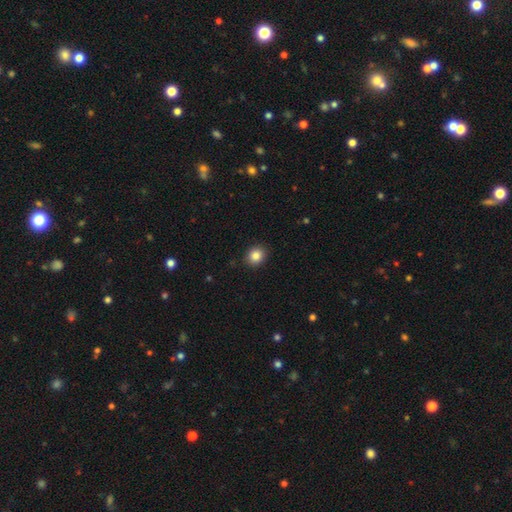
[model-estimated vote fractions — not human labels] A smooth galaxy with no disk features (85%) that is round (70%). Merging: none (90%).